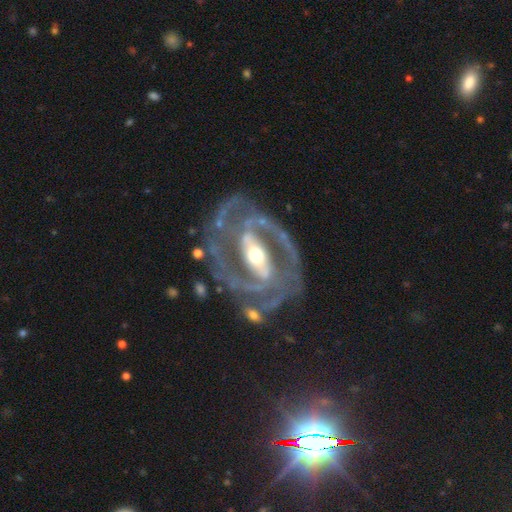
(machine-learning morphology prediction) The model was most divided on "spiral winding": medium: 48%, tight: 37%, loose: 15%. More confident: edge-on disk — no (96%); spiral arms — yes (94%); smooth or featured — featured or disk (92%); spiral arm count — 2 (78%); bar — strong (71%); bulge size — moderate (66%); merging — none (64%).